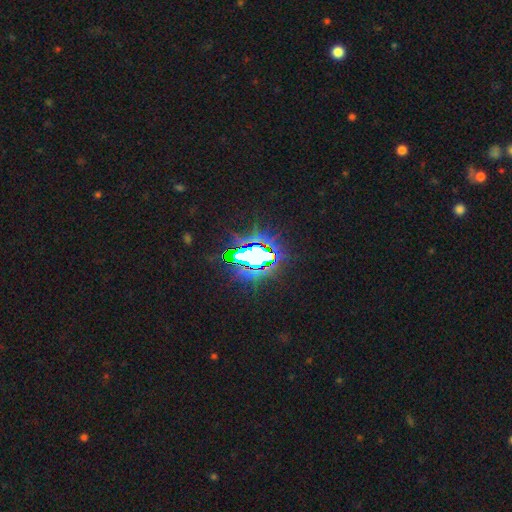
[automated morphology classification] Smooth or featured?
  - star or artifact: 68% *
  - smooth: 17%
  - featured or disk: 15%